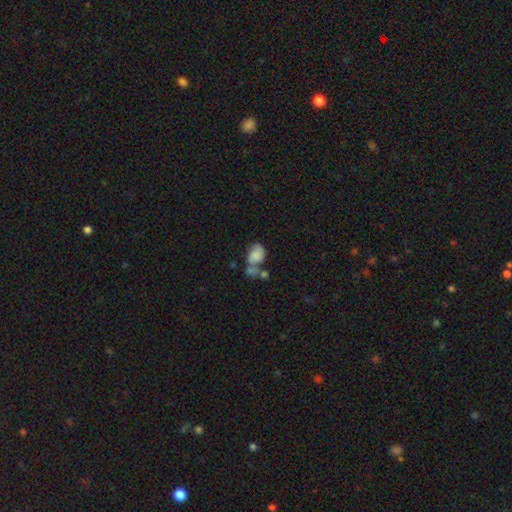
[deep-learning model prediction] smooth_or_featured: smooth (p=0.70) [alt: featured or disk p=0.20]
how_rounded: in between (p=0.72) [alt: round p=0.26]
merging: merger (p=0.45) [alt: none p=0.24]